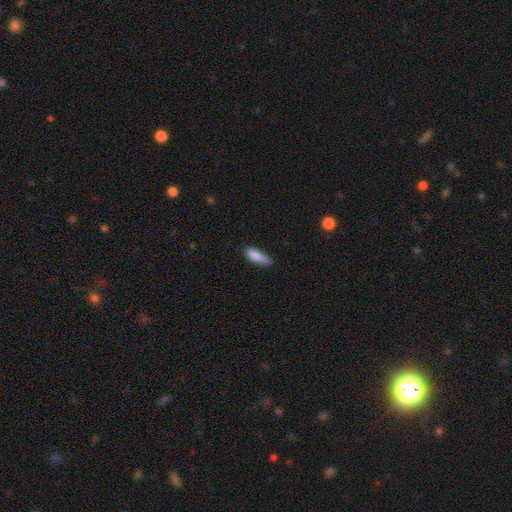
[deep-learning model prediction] This is clearly a smooth galaxy (85%). How rounded: possibly in between (54%). Merging: possibly none (51%).